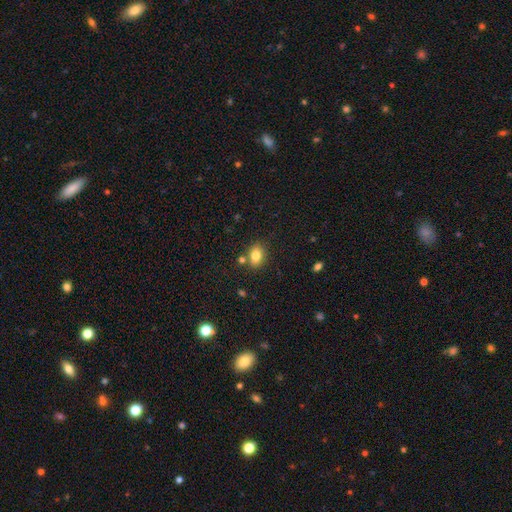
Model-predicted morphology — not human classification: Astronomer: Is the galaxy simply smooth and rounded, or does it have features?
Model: smooth — 81%.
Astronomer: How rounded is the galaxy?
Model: in between — 73%.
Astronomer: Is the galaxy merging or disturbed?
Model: none — 75%.